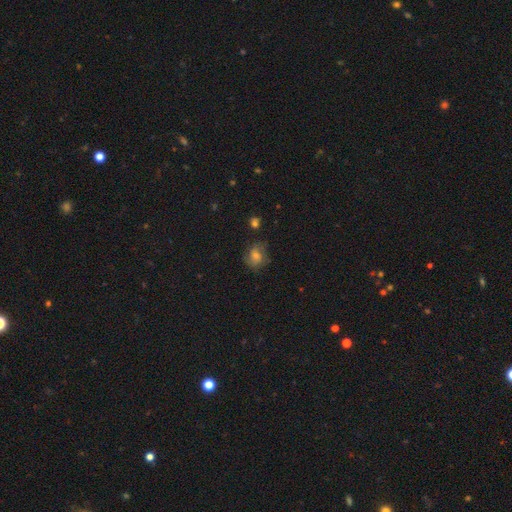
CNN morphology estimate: Overall: smooth (45%; featured or disk 37%). Merging: none (66%).